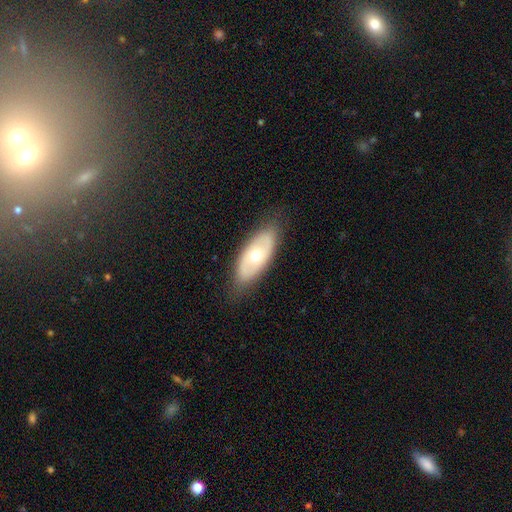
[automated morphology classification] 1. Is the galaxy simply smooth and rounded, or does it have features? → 49% featured or disk, 45% smooth, 6% star or artifact.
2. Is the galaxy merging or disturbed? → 82% none, 13% minor disturbance, 4% major disturbance, 1% merger.